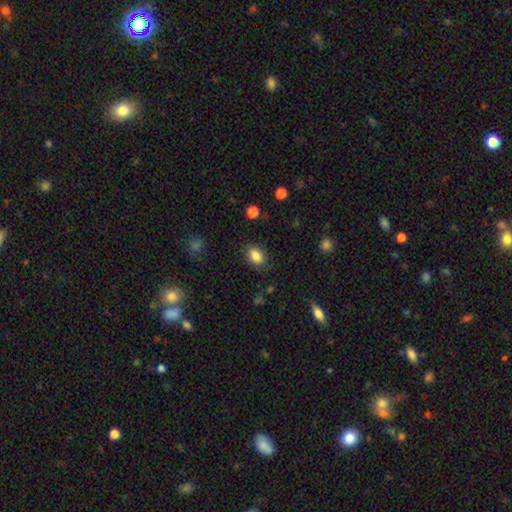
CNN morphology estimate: Smooth or featured? Predicted: smooth (p=0.86). How rounded? Predicted: in between (p=0.70). Merging? Predicted: none (p=0.86).